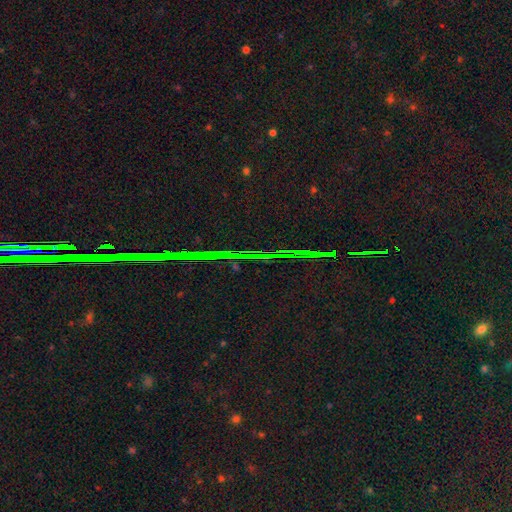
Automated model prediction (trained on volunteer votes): This appears to be a star or artifact, not a galaxy (85%).